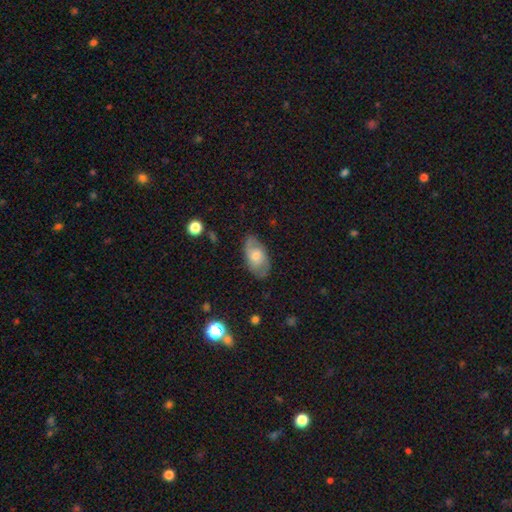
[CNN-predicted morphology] Overall: smooth (47%; featured or disk 46%). Merging: none (76%).